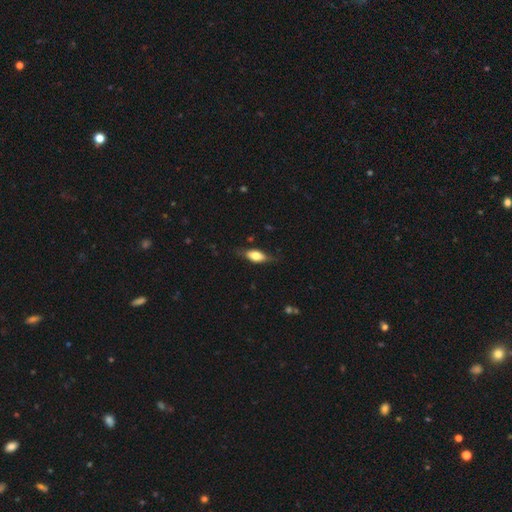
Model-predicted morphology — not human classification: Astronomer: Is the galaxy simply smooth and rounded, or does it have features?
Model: smooth — 67%.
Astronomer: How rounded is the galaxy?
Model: in between — 78%.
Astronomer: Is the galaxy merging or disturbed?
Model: none — 73%.